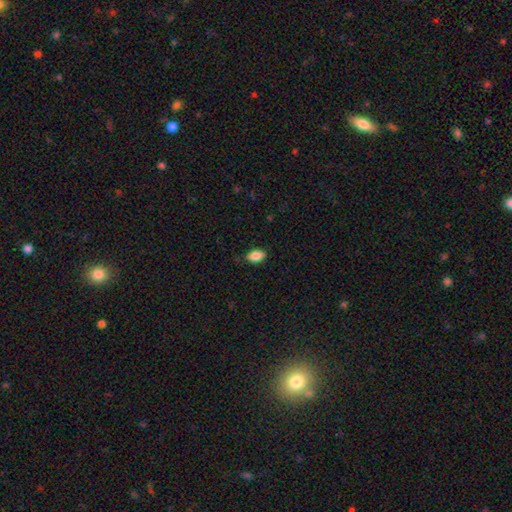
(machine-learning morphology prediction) Smooth or featured: smooth — 87% (star or artifact — 8%)
How rounded: in between — 90% (round — 8%)
Merging: none — 83% (minor disturbance — 13%)